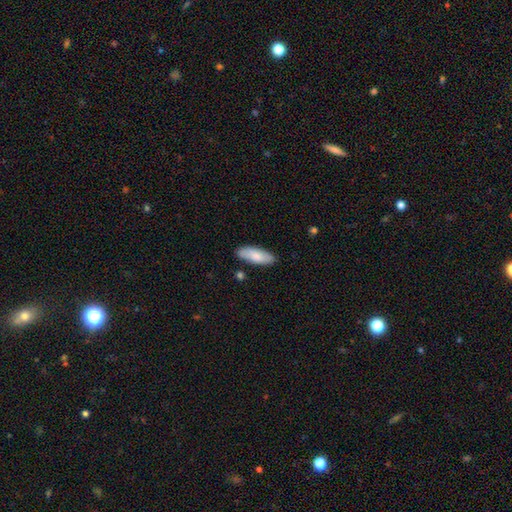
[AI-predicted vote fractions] A smooth galaxy with no disk features (82%) that is in between round and cigar-shaped (70%). Merging: none (84%).